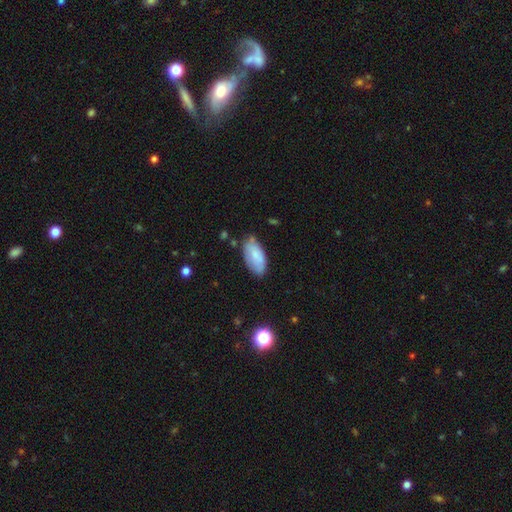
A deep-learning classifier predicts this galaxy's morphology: The model was most divided on "merging": none: 68%, minor disturbance: 25%, major disturbance: 5%, merger: 3%. More confident: how rounded — in between (92%); smooth or featured — smooth (77%).